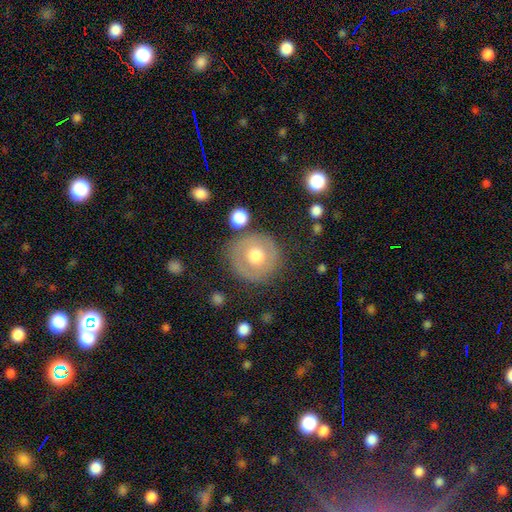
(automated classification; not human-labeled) A smooth galaxy with no disk features (55%) that is round (92%).

Vote fractions:
- Smooth or featured? smooth: 55% / featured or disk: 37% / star or artifact: 8%
- How rounded? round: 92% / in between: 8% / cigar-shaped: 1%
- Merging? none: 78% / minor disturbance: 13% / major disturbance: 6% / merger: 3%